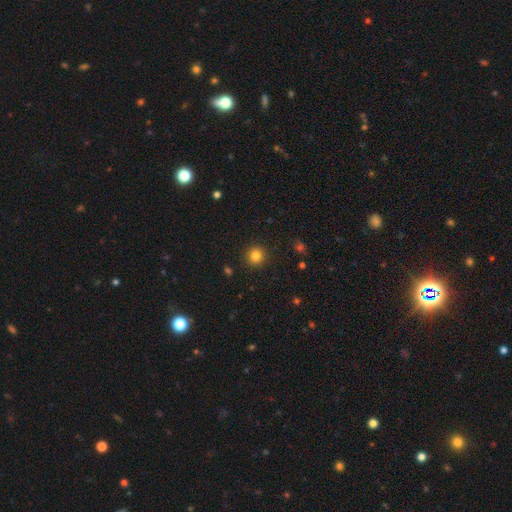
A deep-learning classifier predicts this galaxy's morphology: smooth 83%, star or artifact 13%, featured or disk 5%. Down the decision tree: how rounded — round (93%); merging — none (92%).